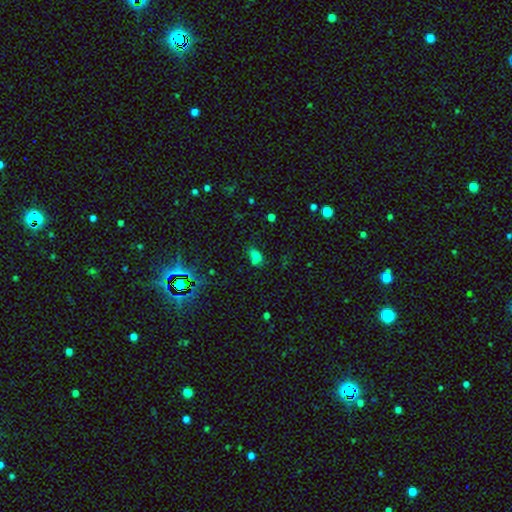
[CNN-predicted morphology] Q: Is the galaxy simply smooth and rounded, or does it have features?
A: smooth — 67%.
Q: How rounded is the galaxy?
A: in between — 68%.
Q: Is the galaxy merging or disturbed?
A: none — 44%.